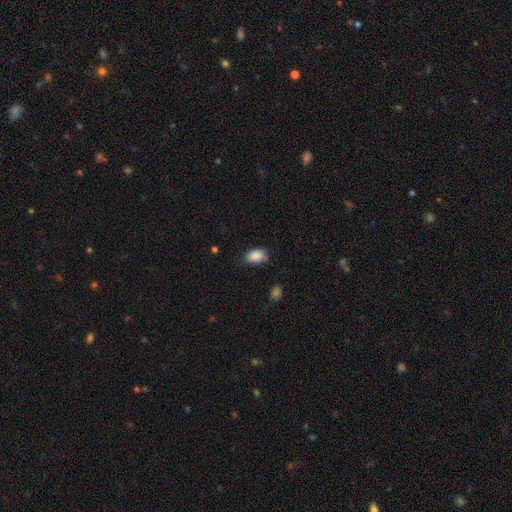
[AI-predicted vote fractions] Smooth or featured?
  - smooth: 87% *
  - star or artifact: 8%
  - featured or disk: 4%
How rounded?
  - in between: 84% *
  - round: 15%
  - cigar-shaped: 1%
Merging?
  - none: 70% *
  - minor disturbance: 23%
  - major disturbance: 5%
  - merger: 3%